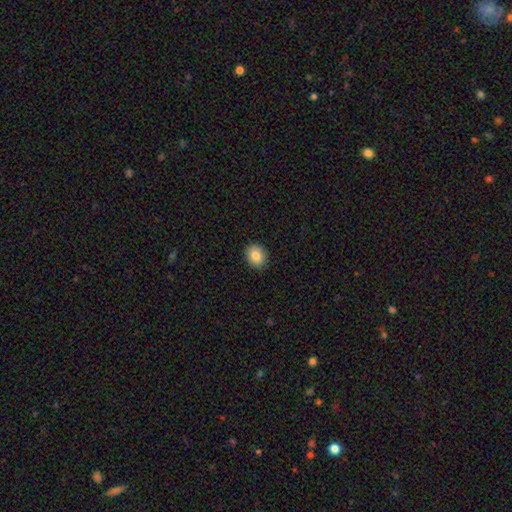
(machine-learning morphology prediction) smooth_or_featured: smooth (p=0.85) [alt: star or artifact p=0.08]
how_rounded: in between (p=0.50) [alt: round p=0.49]
merging: none (p=0.91) [alt: minor disturbance p=0.06]